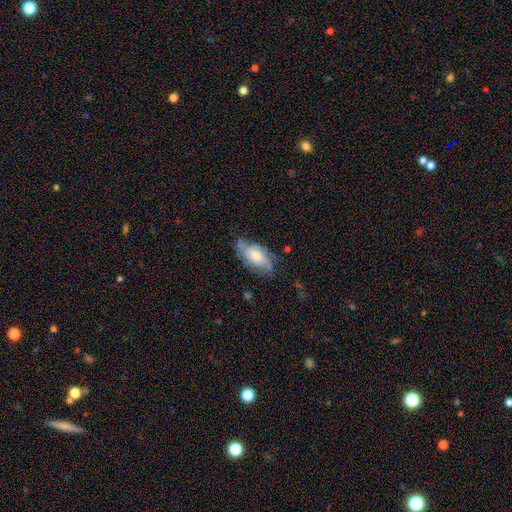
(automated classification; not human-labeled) This appears to be a featured or disk galaxy (60%) with no bar (72%), spiral arms (86%) and a moderate central bulge (50%). Merging: none (64%).